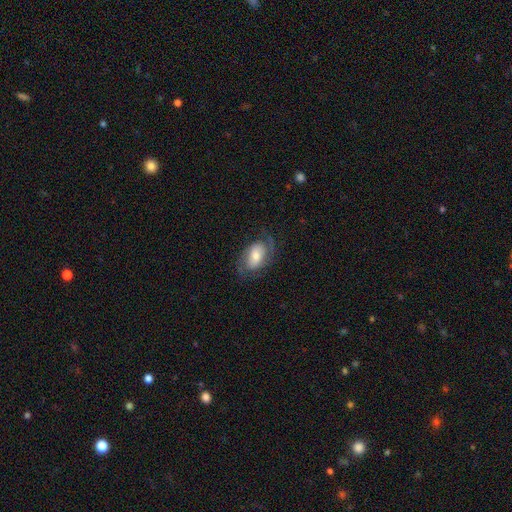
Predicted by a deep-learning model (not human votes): The model was most divided on "bar": no: 50%, weak: 33%, strong: 16%. More confident: edge-on disk — no (95%); spiral arms — yes (85%); merging — none (67%); smooth or featured — featured or disk (60%); bulge size — moderate (54%).